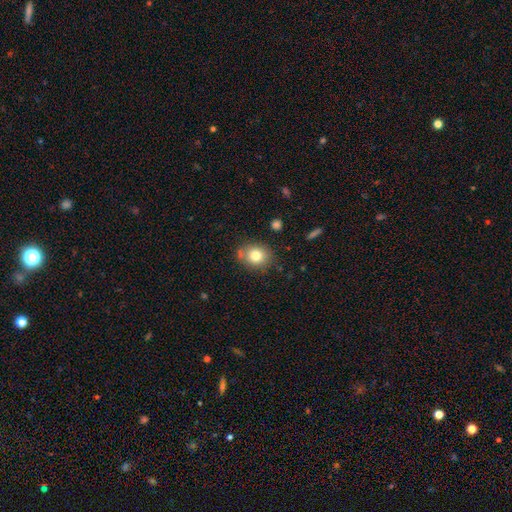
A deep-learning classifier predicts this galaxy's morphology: smooth_or_featured: smooth (p=0.78) [alt: featured or disk p=0.11]
how_rounded: round (p=0.64) [alt: in between p=0.35]
merging: none (p=0.74) [alt: minor disturbance p=0.16]